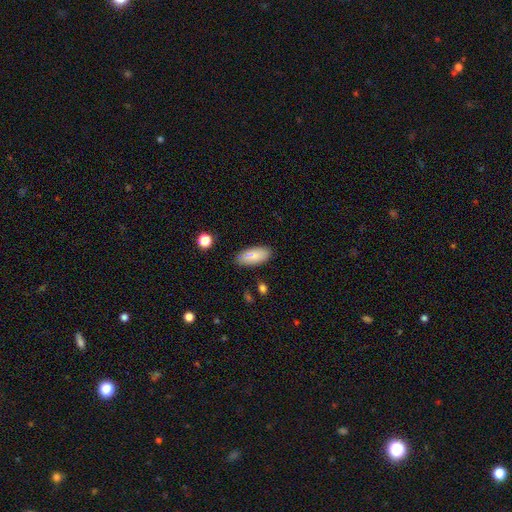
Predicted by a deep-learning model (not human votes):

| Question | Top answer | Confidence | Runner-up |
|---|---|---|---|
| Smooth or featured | smooth | 81% | featured or disk (13%) |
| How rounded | in between | 87% | cigar-shaped (11%) |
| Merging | none | 84% | minor disturbance (11%) |